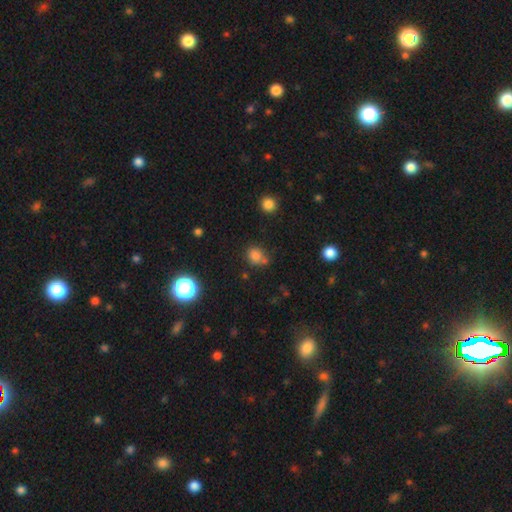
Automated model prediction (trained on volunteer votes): The model was most divided on "merging": none: 59%, merger: 20%, minor disturbance: 16%, major disturbance: 5%. More confident: smooth or featured — smooth (75%); how rounded — round (73%).